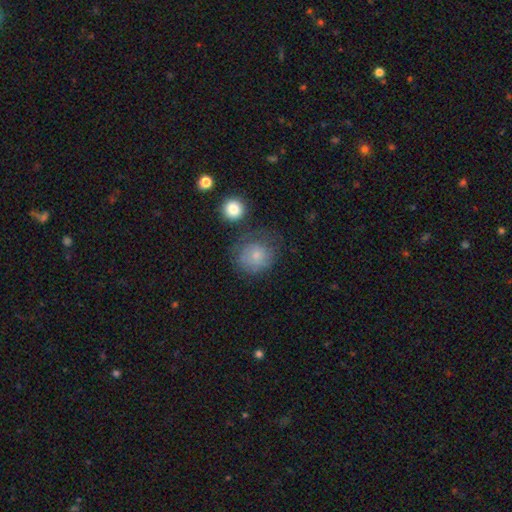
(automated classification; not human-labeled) Smooth or featured?
  - smooth: 74% *
  - featured or disk: 16%
  - star or artifact: 10%
How rounded?
  - round: 80% *
  - in between: 19%
  - cigar-shaped: 1%
Merging?
  - none: 57% *
  - minor disturbance: 23%
  - major disturbance: 14%
  - merger: 7%